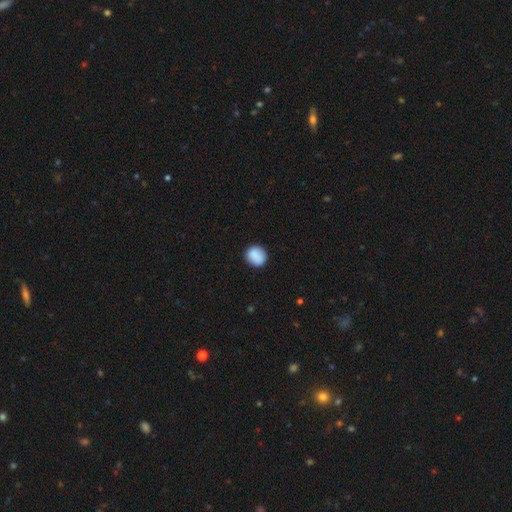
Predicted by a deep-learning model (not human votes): smooth 88%, star or artifact 8%, featured or disk 5%. Down the decision tree: how rounded — round (80%); merging — none (86%).